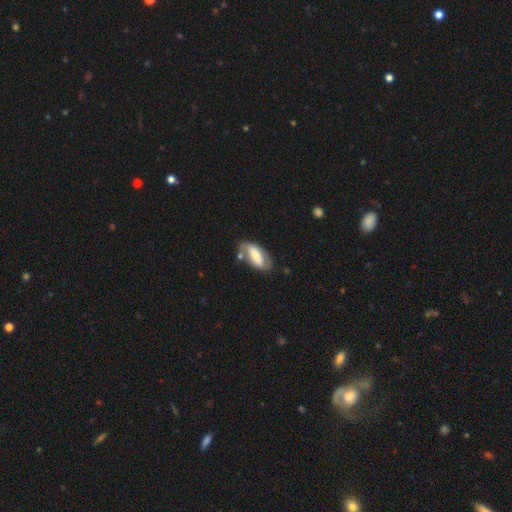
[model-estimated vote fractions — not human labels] Smooth or featured: smooth — 47% (tied with featured or disk — 47%)
Merging: none — 63% (minor disturbance — 21%)